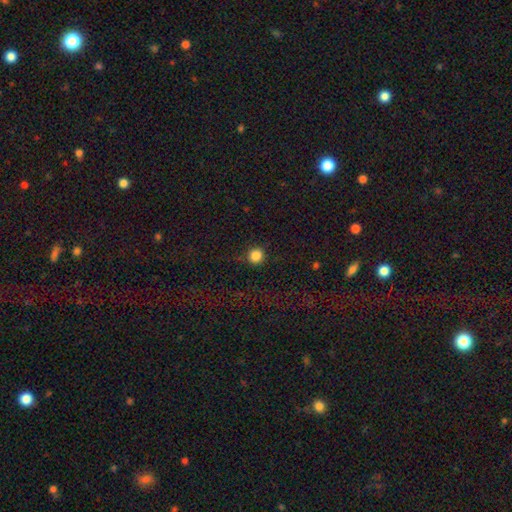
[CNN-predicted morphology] Smooth or featured? smooth (85%)
How rounded? round (94%)
Merging? none (88%)